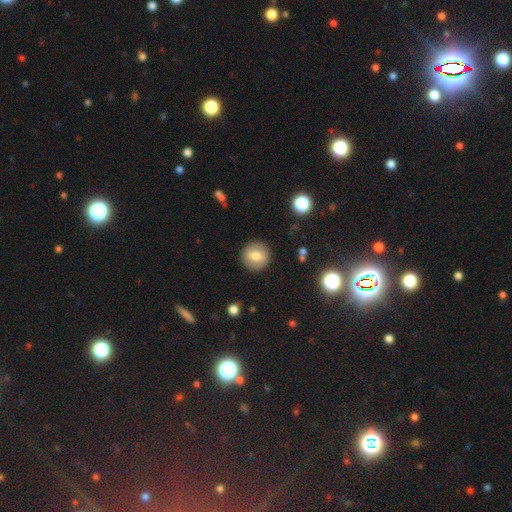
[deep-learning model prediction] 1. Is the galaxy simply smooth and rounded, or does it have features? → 75% smooth, 16% featured or disk, 9% star or artifact.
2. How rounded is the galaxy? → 93% round, 6% in between, 1% cigar-shaped.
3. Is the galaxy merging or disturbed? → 90% none, 6% minor disturbance, 2% major disturbance, 1% merger.